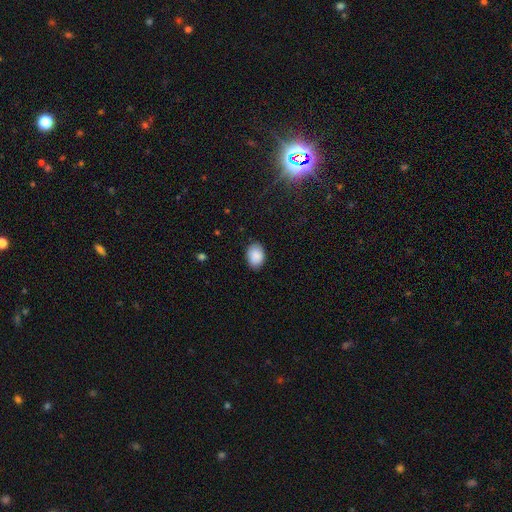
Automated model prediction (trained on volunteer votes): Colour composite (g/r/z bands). It shows a smooth galaxy with no disk features (89%) that is in between round and cigar-shaped (80%). Merging: none (85%).